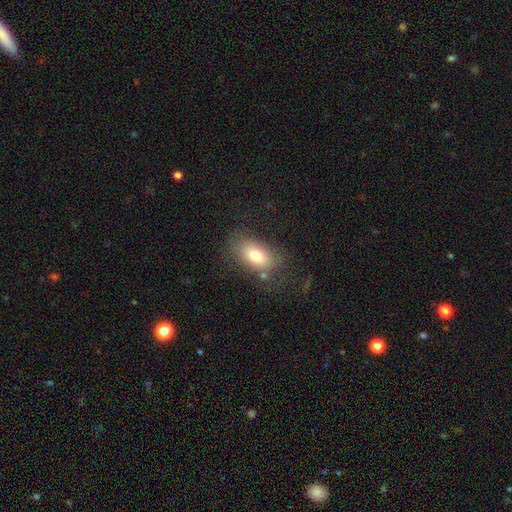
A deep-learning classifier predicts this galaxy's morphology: The model was most divided on "merging": none: 72%, minor disturbance: 16%, major disturbance: 8%, merger: 4%. More confident: how rounded — in between (88%); smooth or featured — smooth (76%).